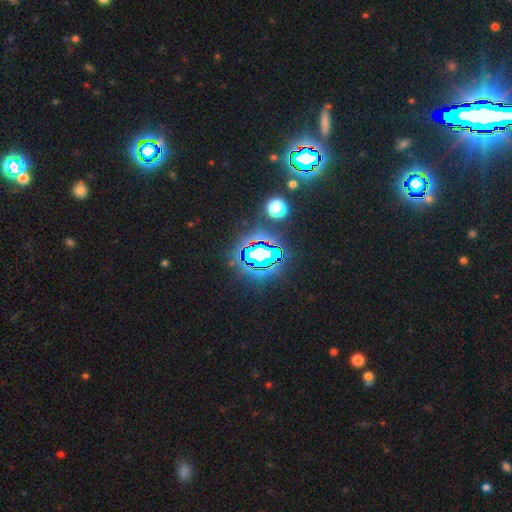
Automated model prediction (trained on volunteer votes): Smooth or featured?
  - star or artifact: 81% *
  - smooth: 10%
  - featured or disk: 8%